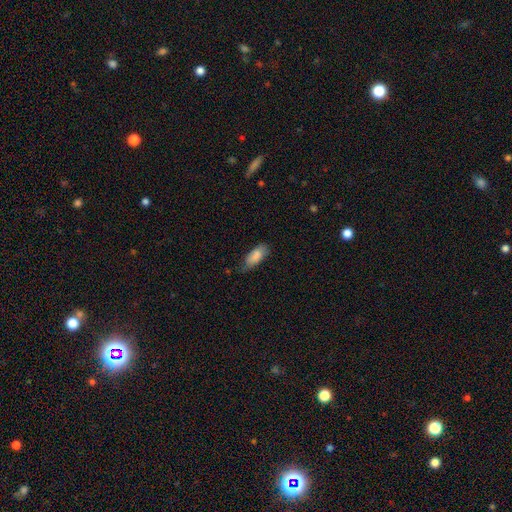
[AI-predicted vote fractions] Overall: smooth (85%). How rounded: in between (83%). Merging: none (59%; minor disturbance 32%).